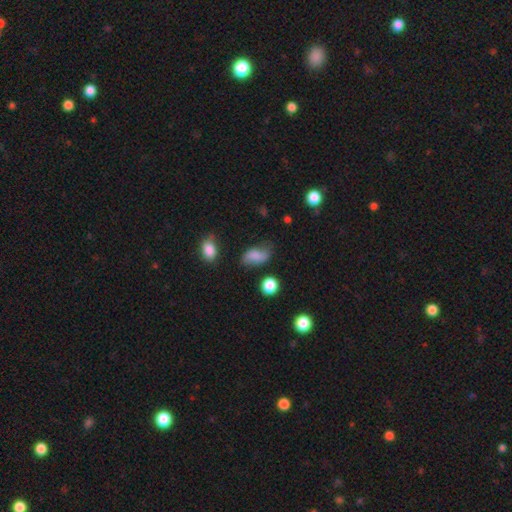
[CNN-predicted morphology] smooth 70%, featured or disk 19%, star or artifact 11%. Down the decision tree: how rounded — in between (87%); merging — none (55%).